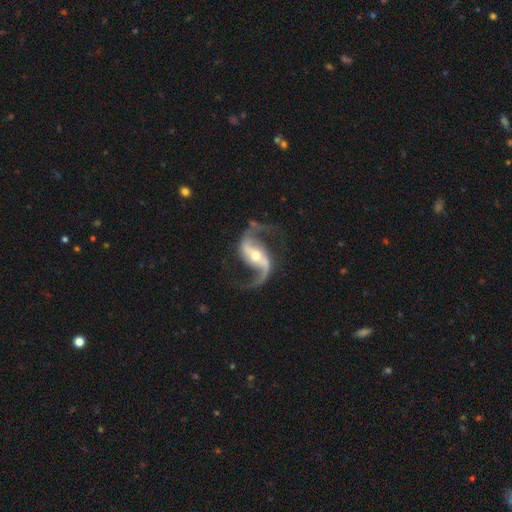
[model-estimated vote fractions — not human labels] Smooth or featured? Predicted: featured or disk (p=0.93). Edge-on disk? Predicted: no (p=0.97). Bar? Predicted: strong (p=0.50). Spiral arms? Predicted: yes (p=0.98). Spiral winding? Predicted: loose (p=0.68). Spiral arm count? Predicted: 2 (p=0.94). Bulge size? Predicted: moderate (p=0.58). Merging? Predicted: none (p=0.79).